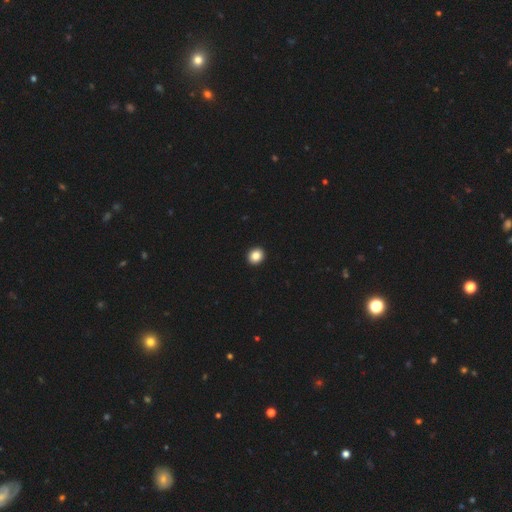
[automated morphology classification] smooth 86%, star or artifact 10%, featured or disk 4%. Down the decision tree: how rounded — round (79%); merging — none (94%).